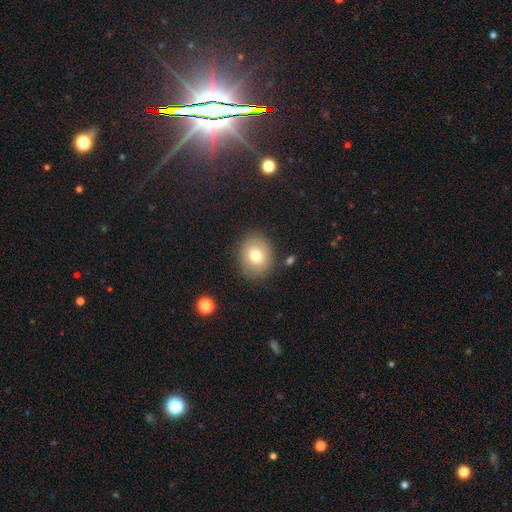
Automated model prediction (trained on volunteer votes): smooth-or-featured: smooth: 74% | featured or disk: 16% | star or artifact: 10%
  how-rounded: round: 56% | in between: 43% | cigar-shaped: 1%
  merging: none: 83% | minor disturbance: 11% | major disturbance: 4% | merger: 2%